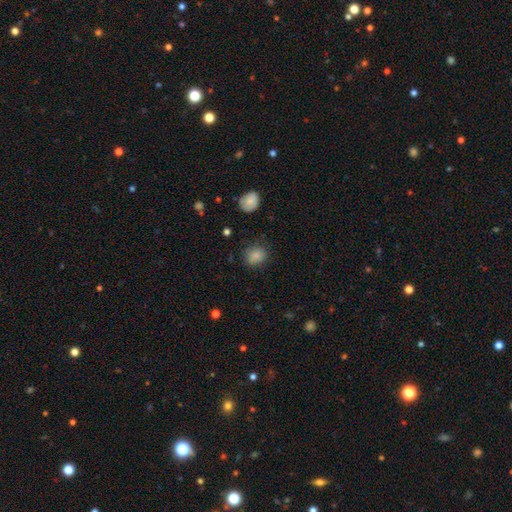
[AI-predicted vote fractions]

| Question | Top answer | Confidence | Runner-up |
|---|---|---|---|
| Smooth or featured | smooth | 84% | star or artifact (10%) |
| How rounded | round | 73% | in between (26%) |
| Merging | none | 75% | minor disturbance (18%) |